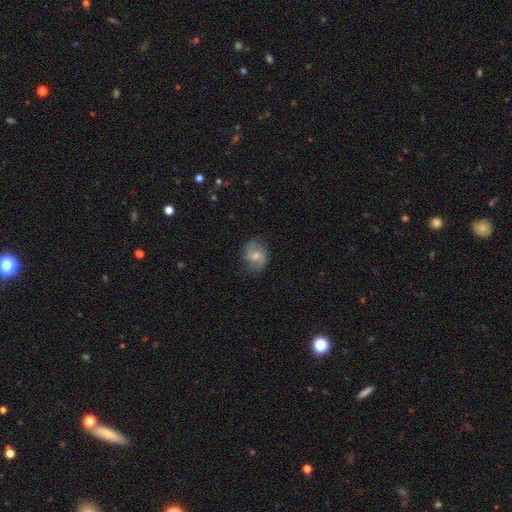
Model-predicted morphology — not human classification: Overall: featured or disk (75%). Edge-on disk: no (98%). Bar: weak (52%; no 38%). Spiral arms: yes (95%). Spiral arm count: 2 (91%). Spiral winding: medium (49%; loose 35%). Bulge size: moderate (48%; small 42%). Merging: none (79%).